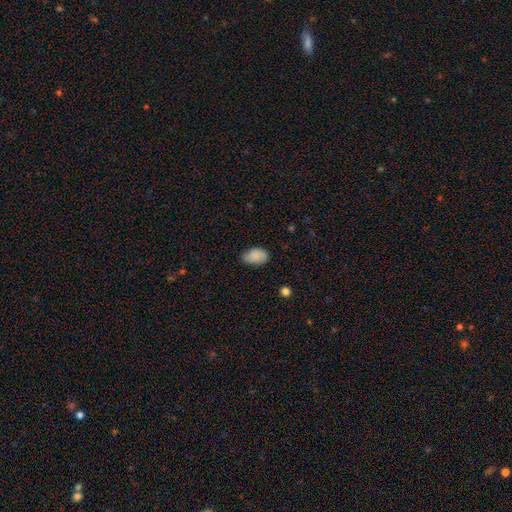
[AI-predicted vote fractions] Q: Smooth or featured?
A: smooth (84%); runner-up: featured or disk (8%)
Q: How rounded?
A: in between (91%); runner-up: round (8%)
Q: Merging?
A: none (71%); runner-up: minor disturbance (24%)